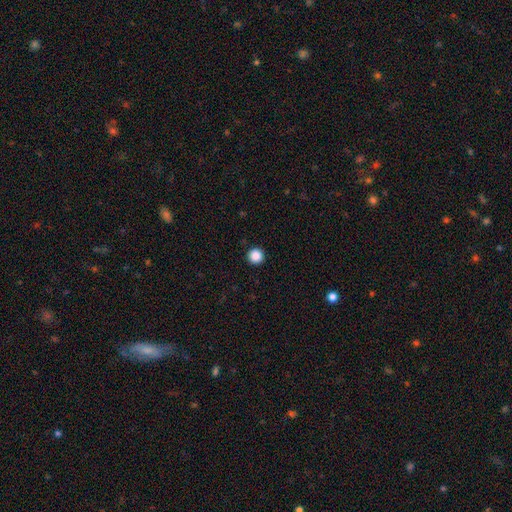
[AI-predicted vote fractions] smooth-or-featured: smooth: 88% | star or artifact: 10% | featured or disk: 2%
  how-rounded: round: 97% | in between: 2% | cigar-shaped: 1%
  merging: none: 94% | minor disturbance: 4% | major disturbance: 1% | merger: 1%